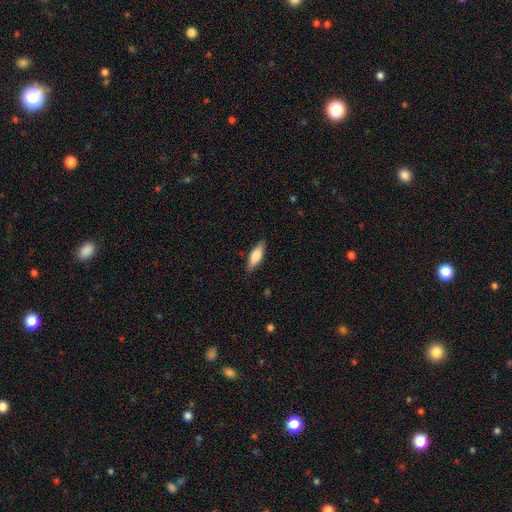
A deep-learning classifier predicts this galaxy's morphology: A smooth galaxy with no disk features (68%) that is in between round and cigar-shaped (55%).

Vote fractions:
- Smooth or featured? smooth: 68% / featured or disk: 26% / star or artifact: 6%
- How rounded? in between: 55% / cigar-shaped: 43% / round: 2%
- Merging? none: 87% / minor disturbance: 10% / major disturbance: 2% / merger: 1%